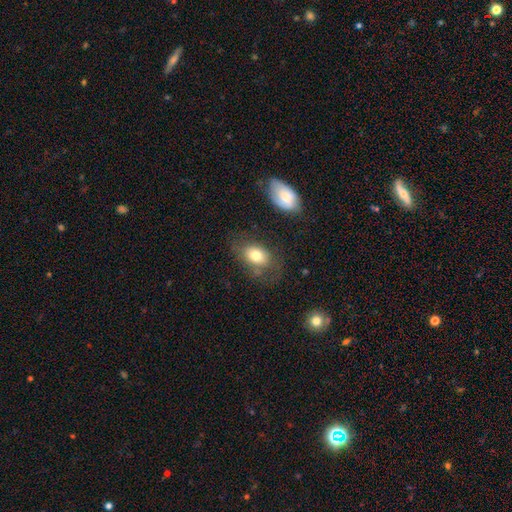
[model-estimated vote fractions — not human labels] A smooth galaxy with no disk features (75%) that is in between round and cigar-shaped (78%).

Vote fractions:
- Smooth or featured? smooth: 75% / featured or disk: 16% / star or artifact: 9%
- How rounded? in between: 78% / round: 20% / cigar-shaped: 1%
- Merging? none: 59% / minor disturbance: 22% / major disturbance: 13% / merger: 6%